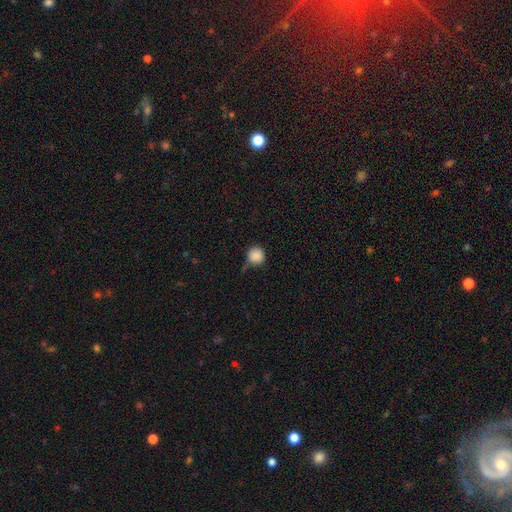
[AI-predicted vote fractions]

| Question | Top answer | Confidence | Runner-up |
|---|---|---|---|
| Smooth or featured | smooth | 87% | star or artifact (9%) |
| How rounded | round | 93% | in between (6%) |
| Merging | none | 65% | minor disturbance (23%) |